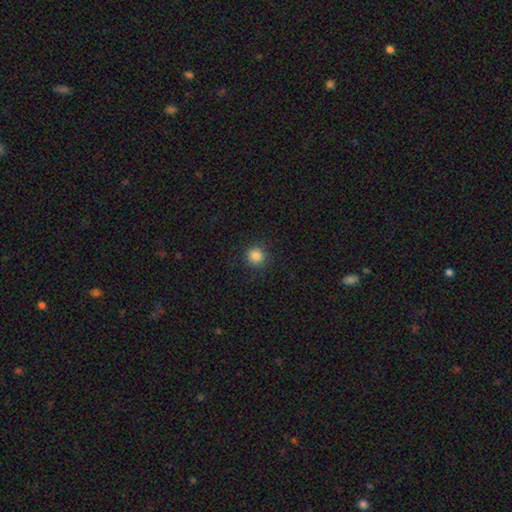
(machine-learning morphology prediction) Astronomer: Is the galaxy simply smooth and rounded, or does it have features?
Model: smooth — 85%.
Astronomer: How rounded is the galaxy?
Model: round — 93%.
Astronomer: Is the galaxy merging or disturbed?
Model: none — 89%.